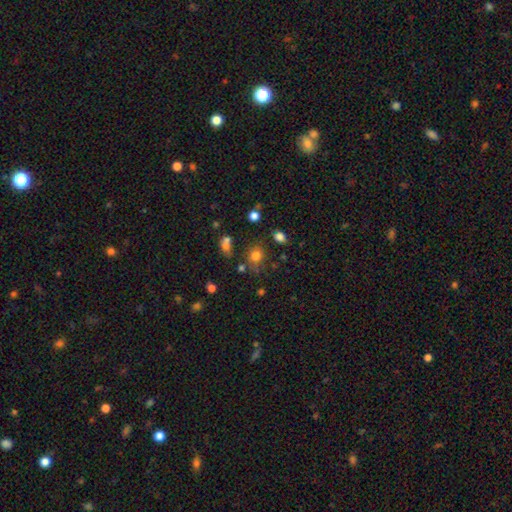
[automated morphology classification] smooth_or_featured: smooth (p=0.76) [alt: star or artifact p=0.16]
how_rounded: round (p=0.64) [alt: in between p=0.35]
merging: none (p=0.67) [alt: minor disturbance p=0.16]